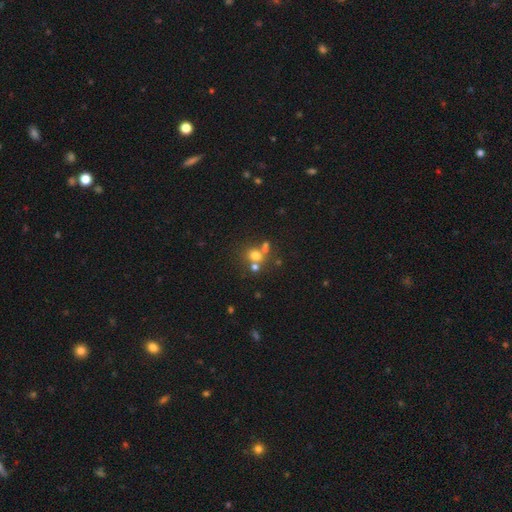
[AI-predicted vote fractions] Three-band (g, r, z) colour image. It shows a smooth galaxy with no disk features (65%) that is round (78%). Merging: none (51%).